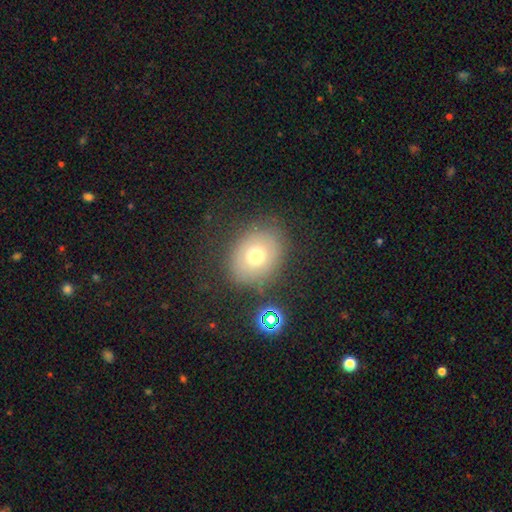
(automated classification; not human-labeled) Q: Smooth or featured?
A: smooth (65%); runner-up: featured or disk (22%)
Q: How rounded?
A: in between (50%); runner-up: round (49%)
Q: Merging?
A: none (74%); runner-up: minor disturbance (14%)